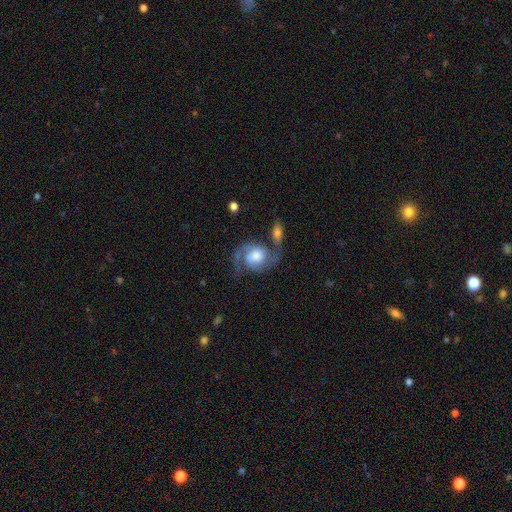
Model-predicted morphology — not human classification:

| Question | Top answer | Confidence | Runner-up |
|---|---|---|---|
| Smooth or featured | featured or disk | 83% | smooth (11%) |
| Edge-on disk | no | 98% | yes (2%) |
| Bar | no | 68% | weak (27%) |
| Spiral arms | yes | 96% | no (4%) |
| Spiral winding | medium | 51% | loose (29%) |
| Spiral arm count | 2 | 91% | 1 (3%) |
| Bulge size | moderate | 44% | large (34%) |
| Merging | none | 51% | merger (19%) |